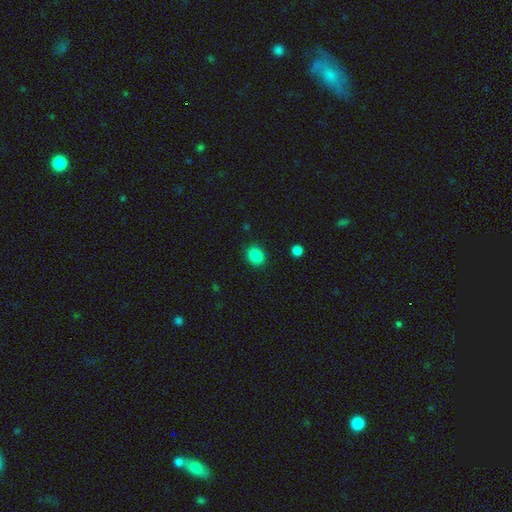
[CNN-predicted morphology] Smooth or featured? smooth (87%)
How rounded? round (58%)
Merging? none (89%)